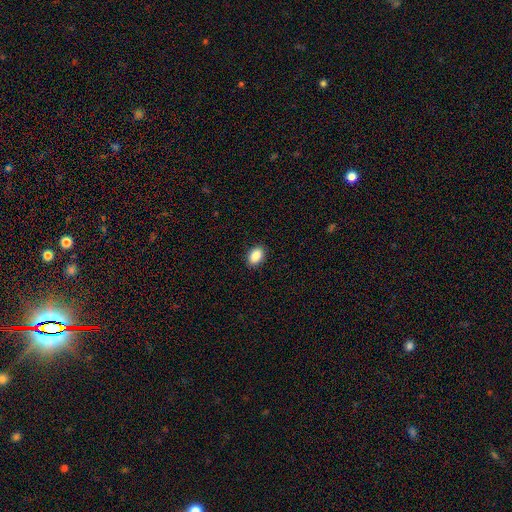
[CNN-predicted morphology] Smooth or featured: smooth — 87% (star or artifact — 8%)
How rounded: in between — 85% (round — 14%)
Merging: none — 90% (minor disturbance — 7%)